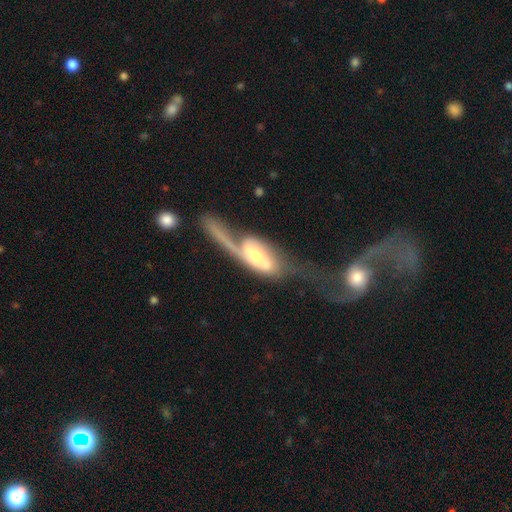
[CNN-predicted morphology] This is likely a featured or disk galaxy (61%). It is clearly not viewed edge-on (86%). Bar: possibly no (59%). Spiral arm pattern: likely yes (68%). Central bulge: possibly moderate (49%). Merging: possibly major disturbance (46%).